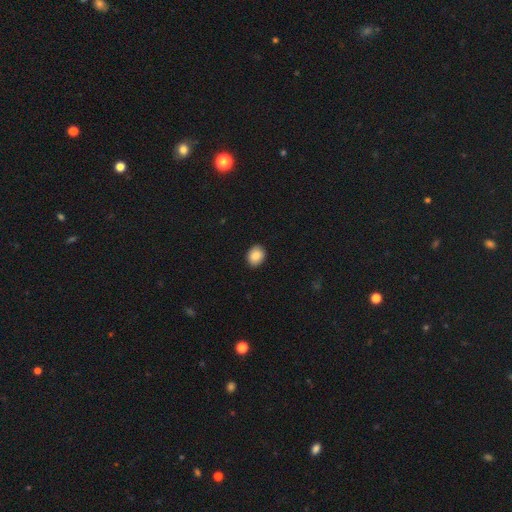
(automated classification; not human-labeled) smooth 87%, star or artifact 8%, featured or disk 5%. Down the decision tree: how rounded — in between (61%); merging — none (90%).